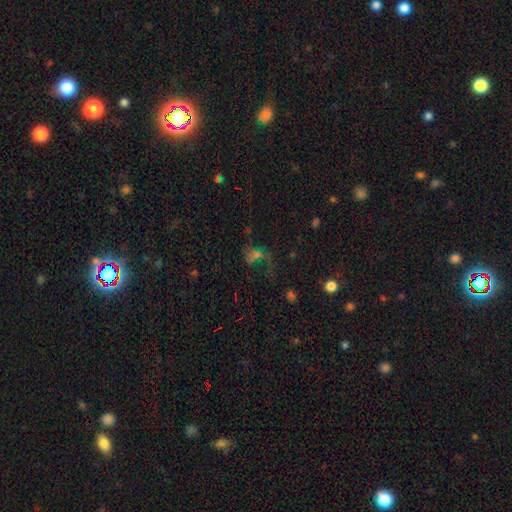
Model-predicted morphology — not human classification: Smooth or featured?
  - star or artifact: 40% *
  - smooth: 32%
  - featured or disk: 28%